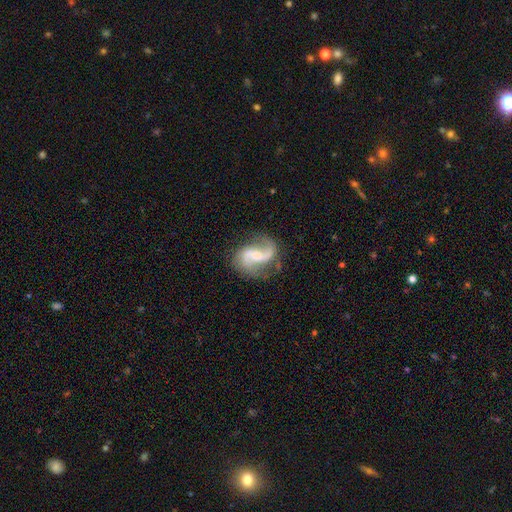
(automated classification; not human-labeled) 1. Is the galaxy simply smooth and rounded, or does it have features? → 88% featured or disk, 7% smooth, 5% star or artifact.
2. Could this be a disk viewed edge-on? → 98% no, 2% yes.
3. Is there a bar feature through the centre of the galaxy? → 46% weak, 36% no, 18% strong.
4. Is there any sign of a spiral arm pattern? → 97% yes, 3% no.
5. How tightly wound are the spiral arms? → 50% loose, 41% medium, 8% tight.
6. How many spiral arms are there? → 91% 2, 3% 1, 2% can't tell, 2% 3, 1% 4, 1% more than 4.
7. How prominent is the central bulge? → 49% small, 36% moderate, 11% none, 3% large, 1% dominant.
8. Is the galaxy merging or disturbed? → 73% none, 17% minor disturbance, 9% major disturbance, 2% merger.